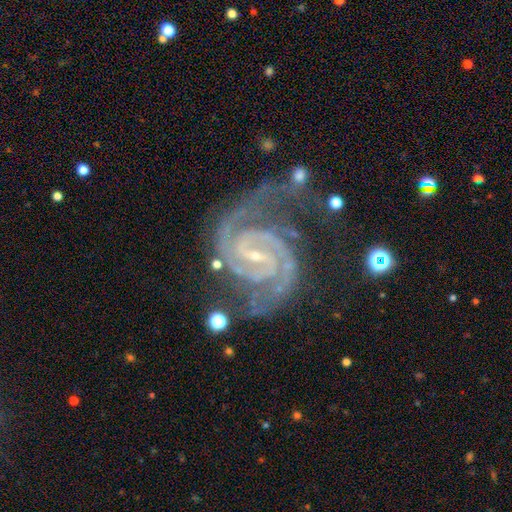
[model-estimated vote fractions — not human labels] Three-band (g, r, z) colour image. It shows a featured or disk galaxy (93%) with a weak bar (44%), 2 (76%) tight (61%) spiral arms (99%) and a small central bulge (83%). Merging: none (59%).